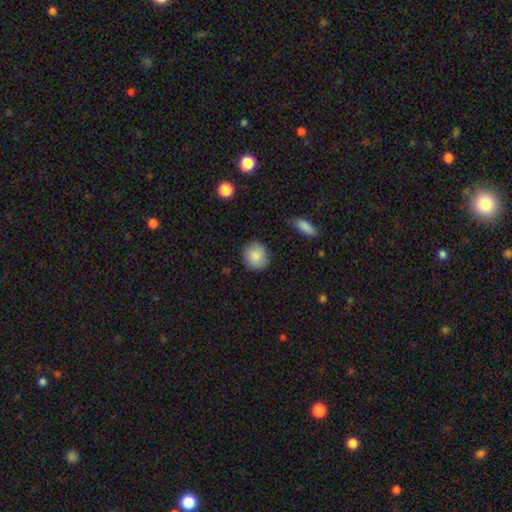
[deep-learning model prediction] smooth-or-featured: smooth: 87% | star or artifact: 7% | featured or disk: 6%
  how-rounded: round: 82% | in between: 17% | cigar-shaped: 1%
  merging: none: 85% | minor disturbance: 11% | major disturbance: 2% | merger: 1%